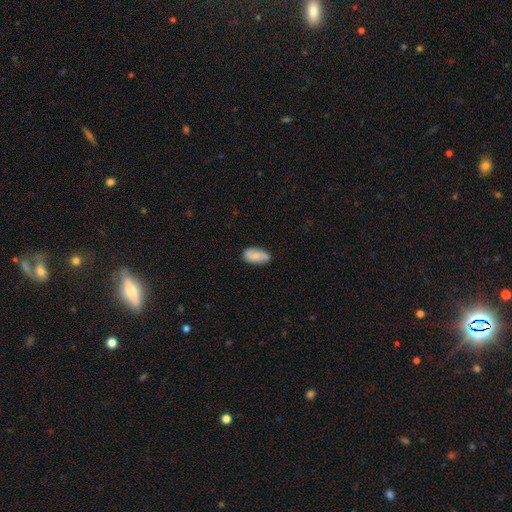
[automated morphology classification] Smooth or featured?
  - smooth: 70% *
  - featured or disk: 24%
  - star or artifact: 7%
How rounded?
  - in between: 91% *
  - cigar-shaped: 6%
  - round: 3%
Merging?
  - none: 78% *
  - minor disturbance: 18%
  - major disturbance: 3%
  - merger: 1%